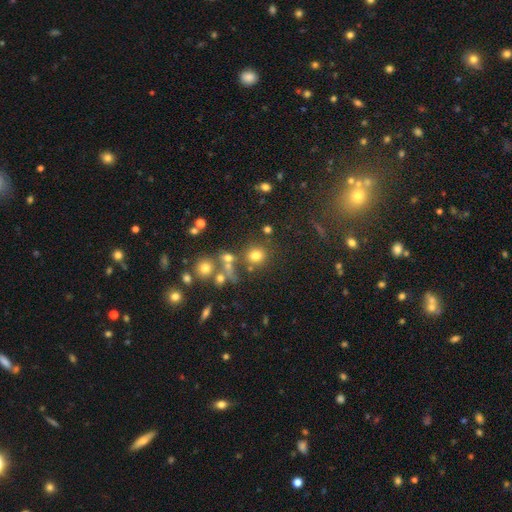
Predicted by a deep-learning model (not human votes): smooth_or_featured: smooth (p=0.72) [alt: star or artifact p=0.18]
how_rounded: round (p=0.87) [alt: in between p=0.12]
merging: none (p=0.71) [alt: merger p=0.13]